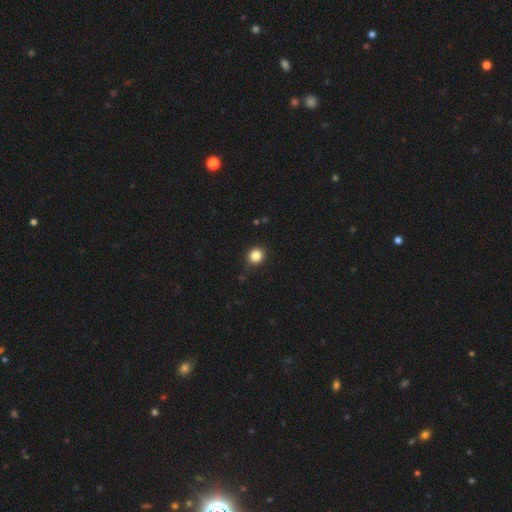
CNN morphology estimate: The model was most divided on "how rounded": round: 79%, in between: 20%, cigar-shaped: 1%. More confident: merging — none (88%); smooth or featured — smooth (85%).